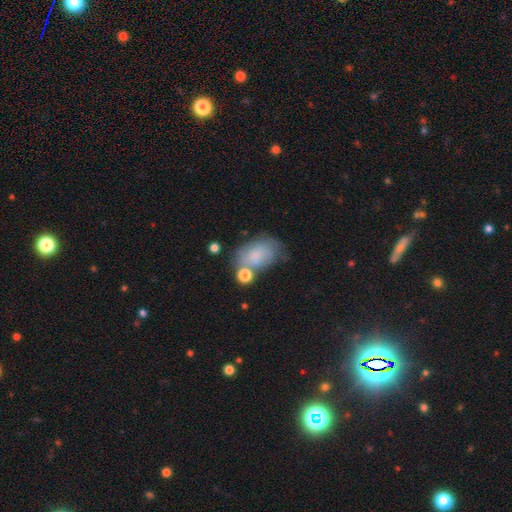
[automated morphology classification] Smooth or featured? Predicted: smooth (p=0.66). How rounded? Predicted: in between (p=0.83). Merging? Predicted: none (p=0.42).